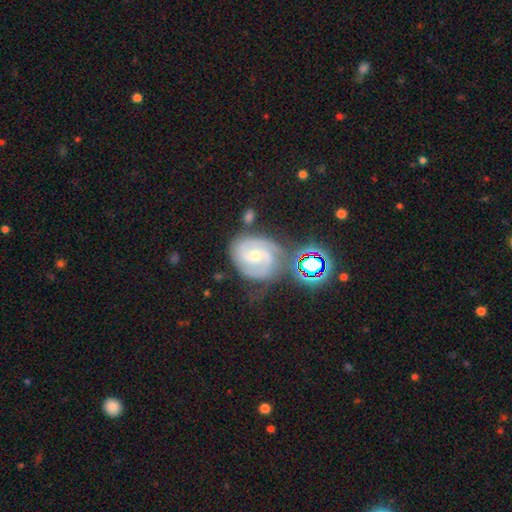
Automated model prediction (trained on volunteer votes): The model was most divided on "bar": no: 45%, weak: 42%, strong: 13%. More confident: edge-on disk — no (98%); spiral arms — yes (97%); smooth or featured — featured or disk (82%); spiral arm count — 2 (62%); merging — none (59%); bulge size — small (52%); spiral winding — tight (50%).